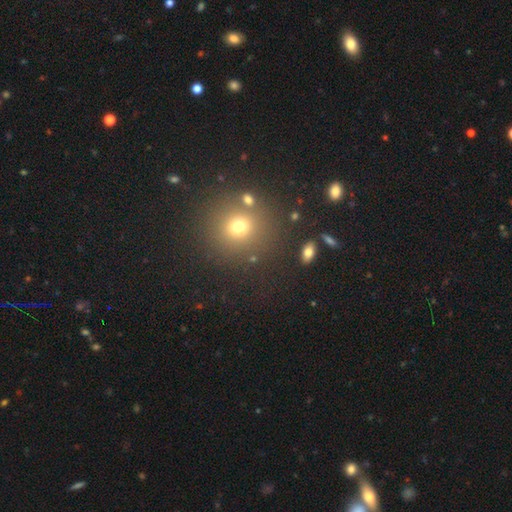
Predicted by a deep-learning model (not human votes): Smooth or featured: smooth — 60% (star or artifact — 32%)
How rounded: round — 92% (in between — 7%)
Merging: none — 85% (minor disturbance — 7%)